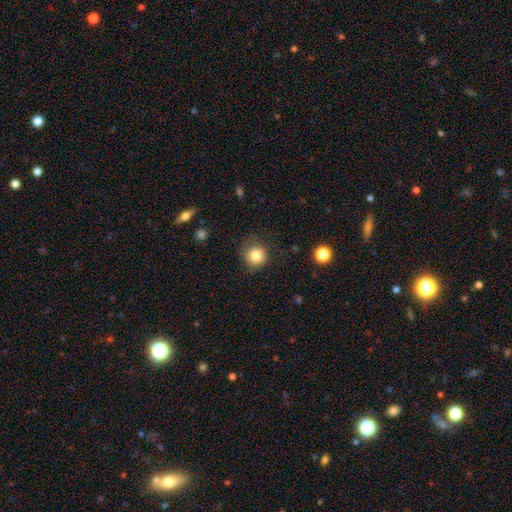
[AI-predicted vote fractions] smooth-or-featured: smooth: 82% | star or artifact: 10% | featured or disk: 7%
  how-rounded: round: 90% | in between: 9% | cigar-shaped: 1%
  merging: none: 74% | minor disturbance: 18% | major disturbance: 6% | merger: 1%